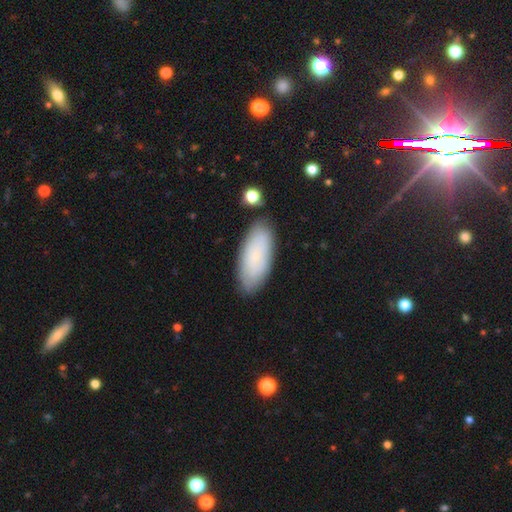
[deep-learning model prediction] This appears to be a smooth galaxy with no disk features (65%) that is in between round and cigar-shaped (86%). Merging: none (83%).